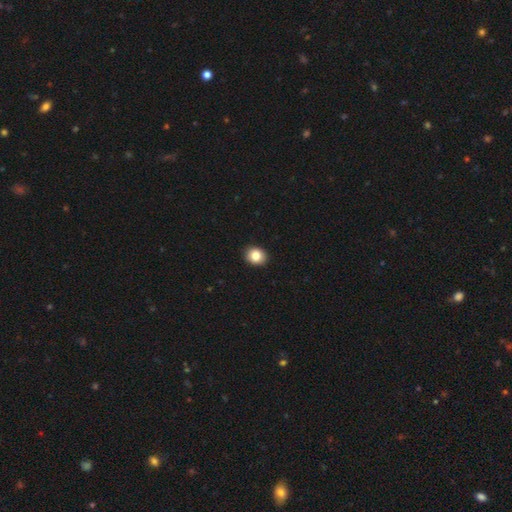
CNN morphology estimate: smooth-or-featured: smooth: 85% | star or artifact: 9% | featured or disk: 6%
  how-rounded: round: 64% | in between: 35% | cigar-shaped: 1%
  merging: none: 92% | minor disturbance: 5% | major disturbance: 1% | merger: 1%